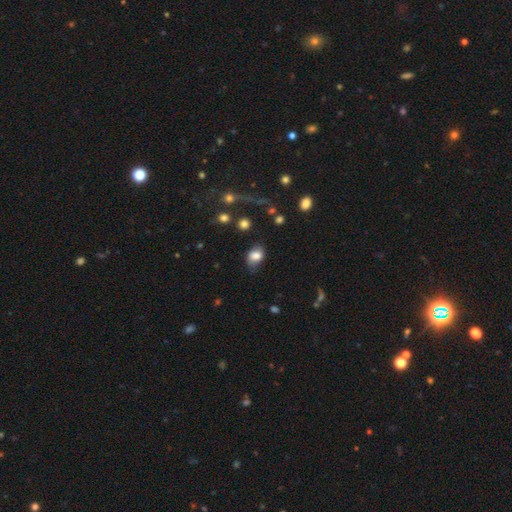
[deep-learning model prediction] smooth-or-featured: smooth: 79% | featured or disk: 12% | star or artifact: 9%
  how-rounded: in between: 68% | round: 30% | cigar-shaped: 1%
  merging: none: 62% | minor disturbance: 27% | major disturbance: 8% | merger: 3%